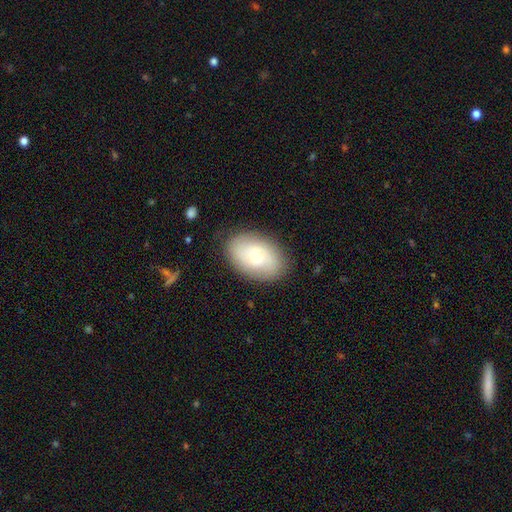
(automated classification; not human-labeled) Overall: smooth (63%; featured or disk 29%). How rounded: in between (87%). Merging: none (85%).